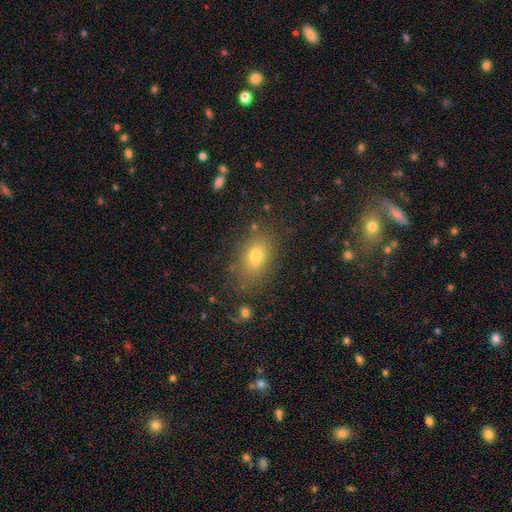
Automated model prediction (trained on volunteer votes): Smooth or featured: smooth — 74% (star or artifact — 15%)
How rounded: in between — 77% (round — 20%)
Merging: none — 78% (minor disturbance — 13%)